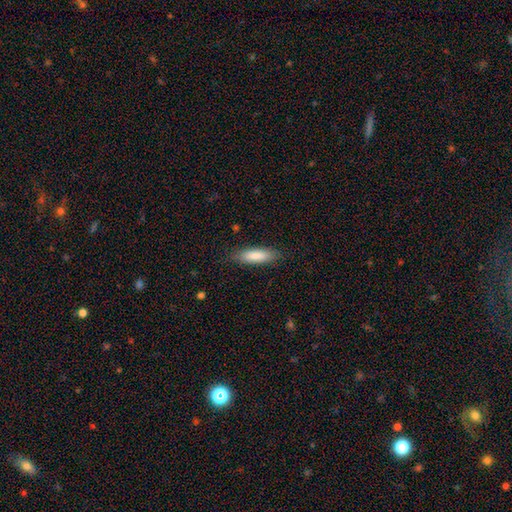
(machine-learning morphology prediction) The model was most divided on "how rounded": cigar-shaped: 53%, in between: 45%, round: 1%. More confident: smooth or featured — smooth (84%); merging — none (83%).